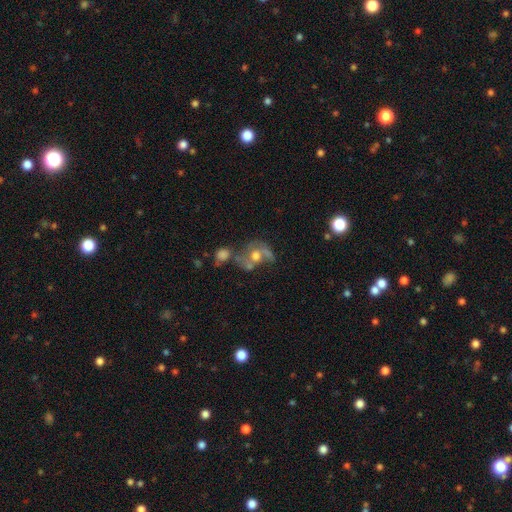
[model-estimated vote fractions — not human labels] Smooth or featured?
  - featured or disk: 65% *
  - smooth: 21%
  - star or artifact: 14%
Edge-on disk?
  - no: 96% *
  - yes: 4%
Bar?
  - no: 69% *
  - weak: 24%
  - strong: 7%
Spiral arms?
  - yes: 75% *
  - no: 25%
Bulge size?
  - moderate: 64% *
  - small: 15%
  - large: 14%
  - none: 5%
  - dominant: 2%
Merging?
  - merger: 34% * (tied)
  - none: 34% * (tied)
  - major disturbance: 19%
  - minor disturbance: 14%